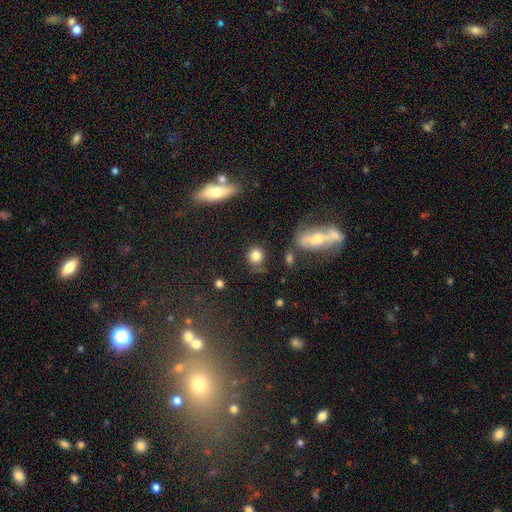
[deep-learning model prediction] Smooth or featured? Predicted: smooth (p=0.80). How rounded? Predicted: round (p=0.81). Merging? Predicted: none (p=0.67).